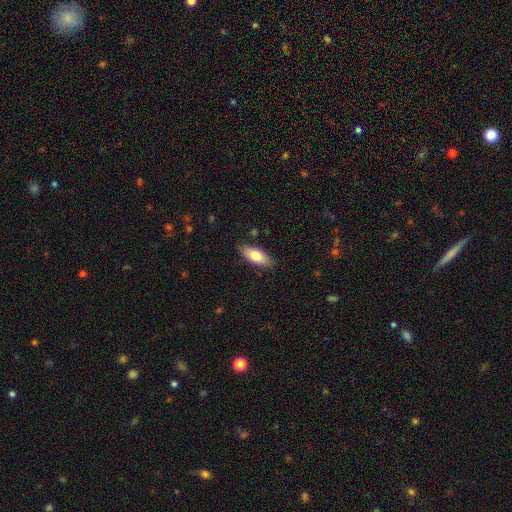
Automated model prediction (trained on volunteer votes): Smooth or featured? Predicted: smooth (p=0.74). How rounded? Predicted: in between (p=0.78). Merging? Predicted: none (p=0.86).